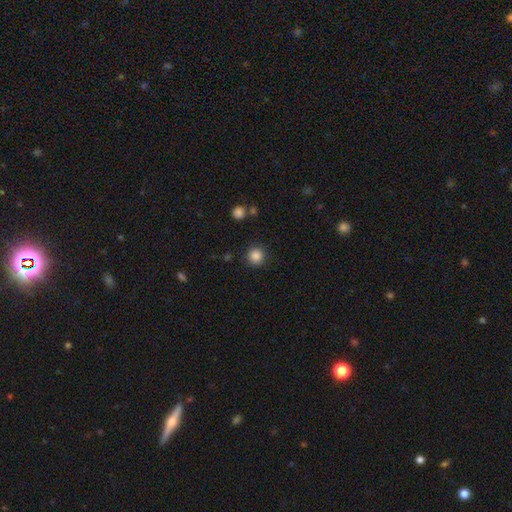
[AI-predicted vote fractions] Q: Smooth or featured?
A: smooth (86%); runner-up: star or artifact (11%)
Q: How rounded?
A: round (94%); runner-up: in between (5%)
Q: Merging?
A: none (89%); runner-up: minor disturbance (7%)